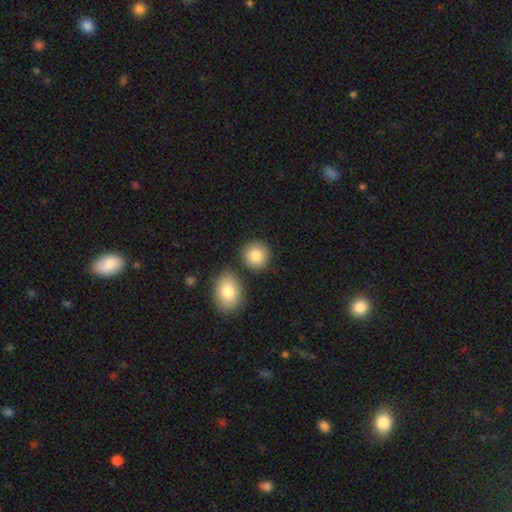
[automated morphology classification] type=smooth (85%); roundness=round (86%); merging=none (80%).